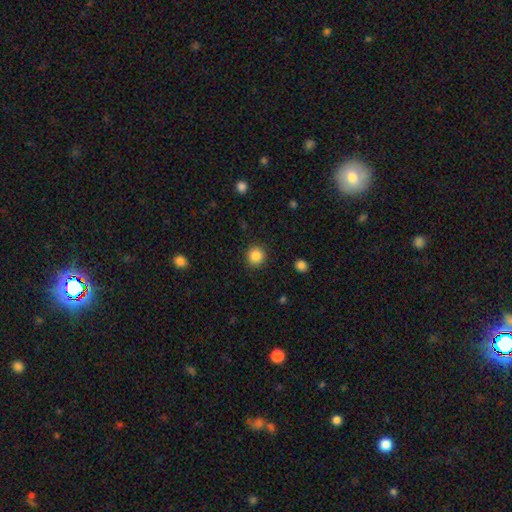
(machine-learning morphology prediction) smooth 86%, star or artifact 10%, featured or disk 4%. Down the decision tree: how rounded — round (93%); merging — none (91%).